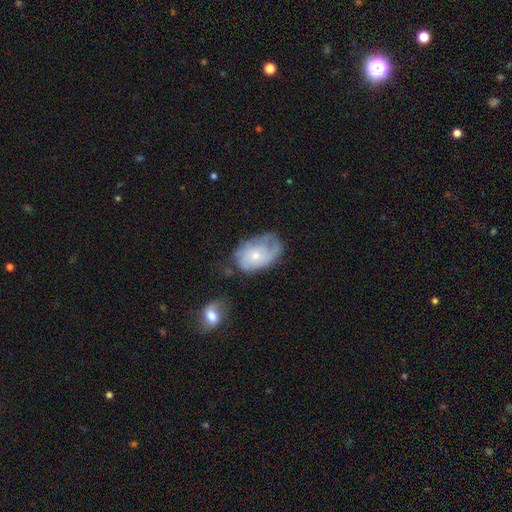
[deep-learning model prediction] Q: Smooth or featured?
A: featured or disk (53%); runner-up: smooth (40%)
Q: Edge-on disk?
A: no (95%); runner-up: yes (5%)
Q: Bar?
A: no (82%); runner-up: weak (16%)
Q: Spiral arms?
A: yes (66%); runner-up: no (34%)
Q: Bulge size?
A: small (55%); runner-up: moderate (41%)
Q: Merging?
A: none (41%); runner-up: minor disturbance (32%)